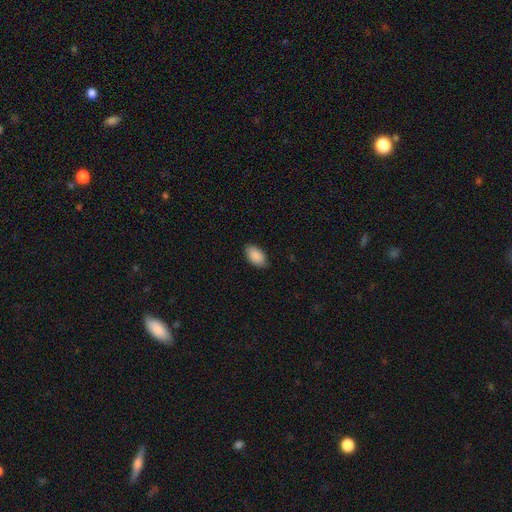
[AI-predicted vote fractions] Overall: smooth (90%). How rounded: in between (94%). Merging: none (85%).